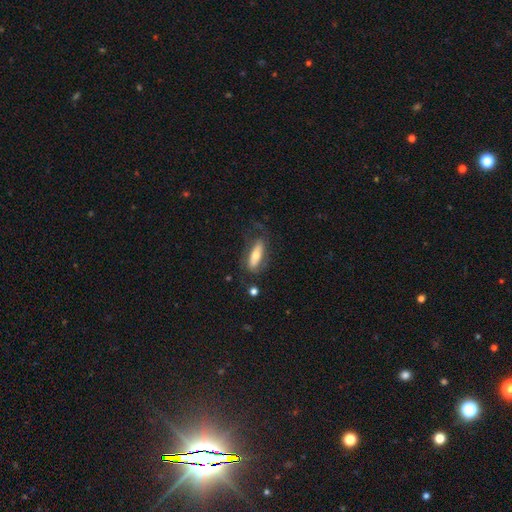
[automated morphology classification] This appears to be a smooth galaxy with no disk features (54%) that is in between round and cigar-shaped (56%). Merging: none (62%).